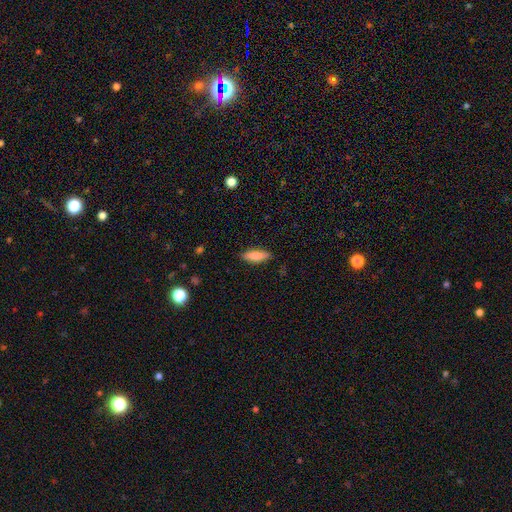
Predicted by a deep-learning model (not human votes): This is likely a smooth galaxy (79%). How rounded: possibly in between (53%). Merging: clearly none (86%).